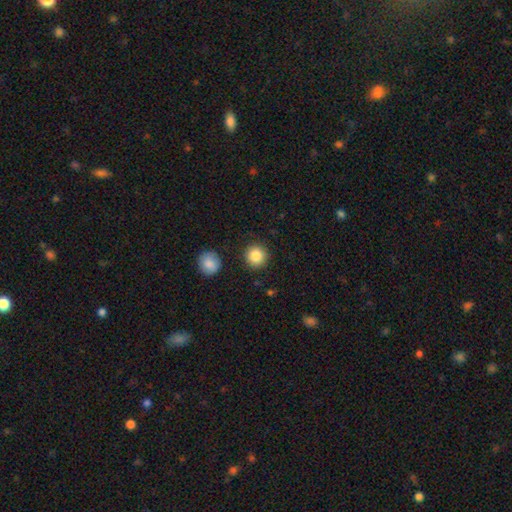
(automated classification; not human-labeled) Q: Smooth or featured?
A: smooth (85%); runner-up: star or artifact (9%)
Q: How rounded?
A: round (94%); runner-up: in between (5%)
Q: Merging?
A: none (90%); runner-up: minor disturbance (6%)